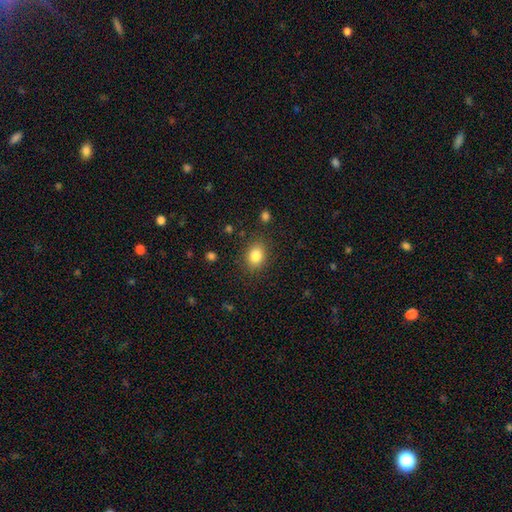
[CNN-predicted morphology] smooth_or_featured: smooth (p=0.84) [alt: star or artifact p=0.10]
how_rounded: in between (p=0.57) [alt: round p=0.42]
merging: none (p=0.84) [alt: minor disturbance p=0.11]